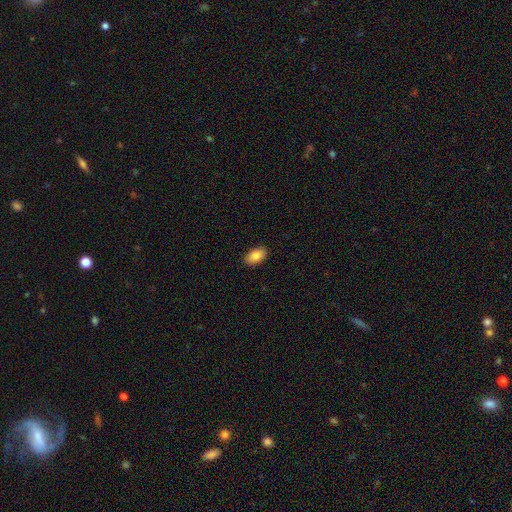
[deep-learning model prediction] Smooth or featured? smooth (84%)
How rounded? in between (93%)
Merging? none (90%)